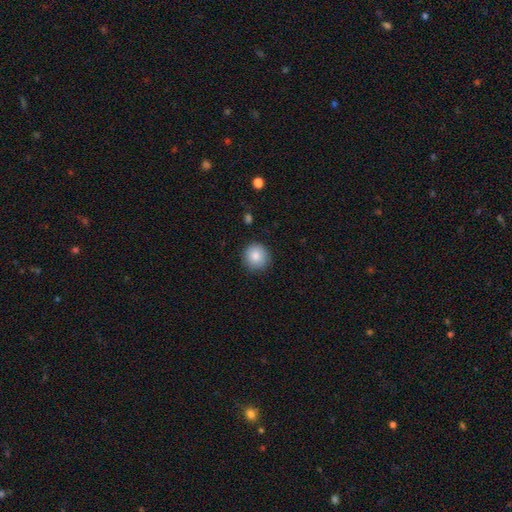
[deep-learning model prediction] smooth 85%, star or artifact 8%, featured or disk 7%. Down the decision tree: how rounded — round (93%); merging — none (87%).